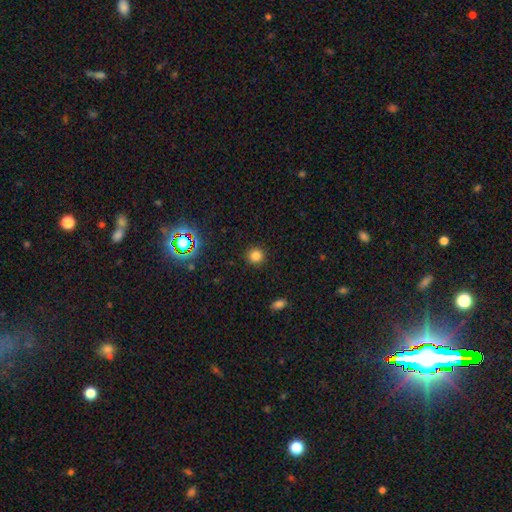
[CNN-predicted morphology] smooth_or_featured: smooth (p=0.80) [alt: star or artifact p=0.15]
how_rounded: round (p=0.94) [alt: in between p=0.05]
merging: none (p=0.92) [alt: minor disturbance p=0.05]